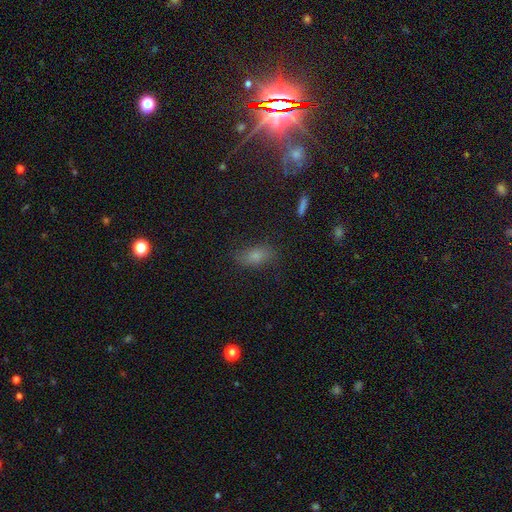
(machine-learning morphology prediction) This appears to be a smooth galaxy with no disk features (72%) that is in between round and cigar-shaped (86%). Merging: none (75%).